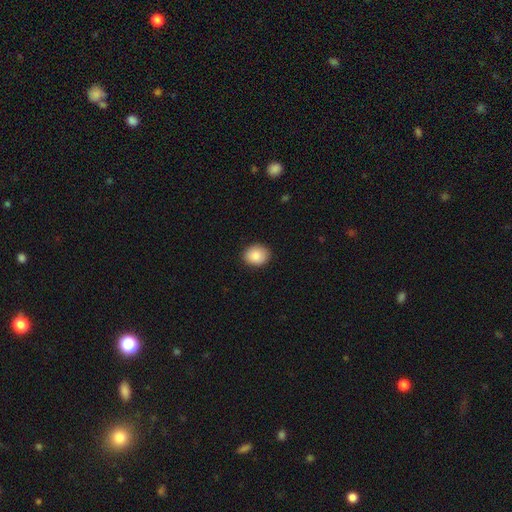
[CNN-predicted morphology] A smooth galaxy with no disk features (87%) that is round (57%). Merging: none (90%).